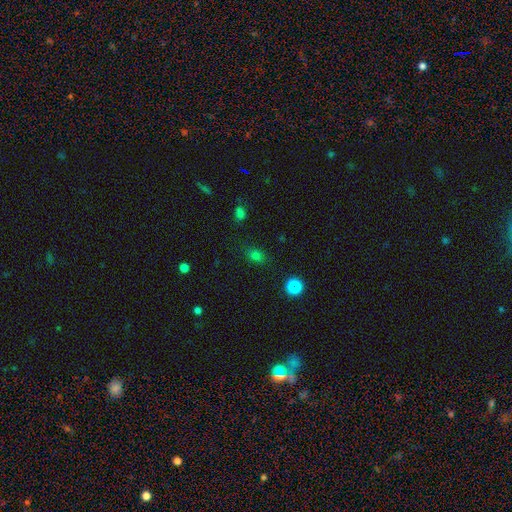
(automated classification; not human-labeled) smooth 74%, star or artifact 21%, featured or disk 5%. Down the decision tree: how rounded — in between (60%); merging — none (78%).